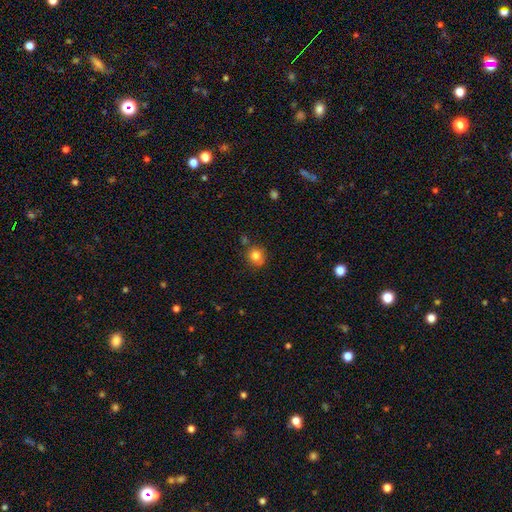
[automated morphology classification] Smooth or featured?
  - smooth: 81% *
  - star or artifact: 11%
  - featured or disk: 7%
How rounded?
  - round: 84% *
  - in between: 15%
  - cigar-shaped: 1%
Merging?
  - none: 75% *
  - minor disturbance: 15%
  - merger: 7%
  - major disturbance: 3%